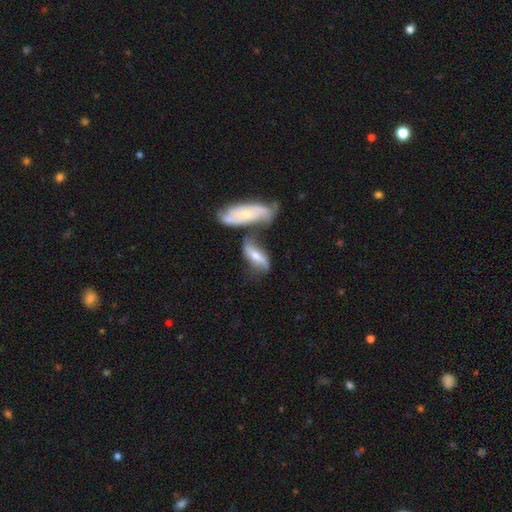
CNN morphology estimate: smooth-or-featured: featured or disk: 55% | smooth: 37% | star or artifact: 7%
  disk-edge-on: no: 68% | yes: 32%
  merging: none: 38% | merger: 34% | minor disturbance: 18% | major disturbance: 11%